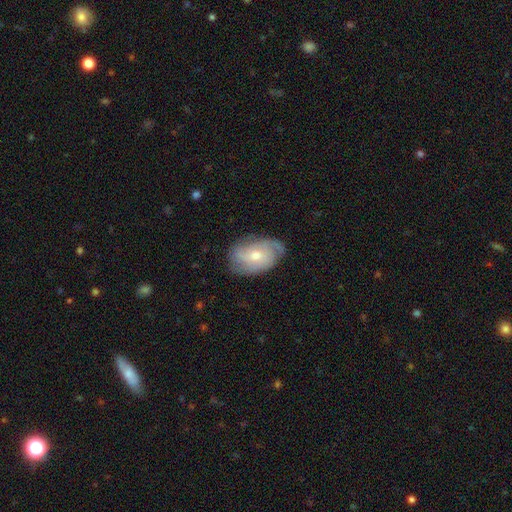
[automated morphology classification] This is likely a featured or disk galaxy (70%). It is clearly not viewed edge-on (95%). Bar: likely no (66%). Spiral arm pattern: clearly yes (90%). Spiral arm count: marginally can't tell (31%). Spiral winding: possibly tight (49%). Central bulge: possibly moderate (55%). Merging: likely none (73%).